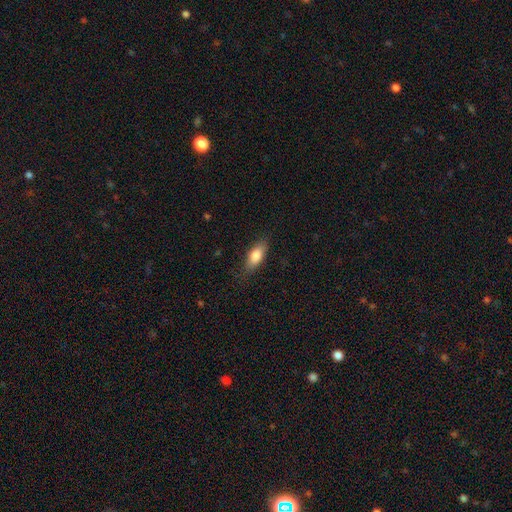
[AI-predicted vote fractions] Smooth or featured: smooth — 79% (featured or disk — 15%)
How rounded: in between — 76% (cigar-shaped — 21%)
Merging: none — 83% (minor disturbance — 13%)